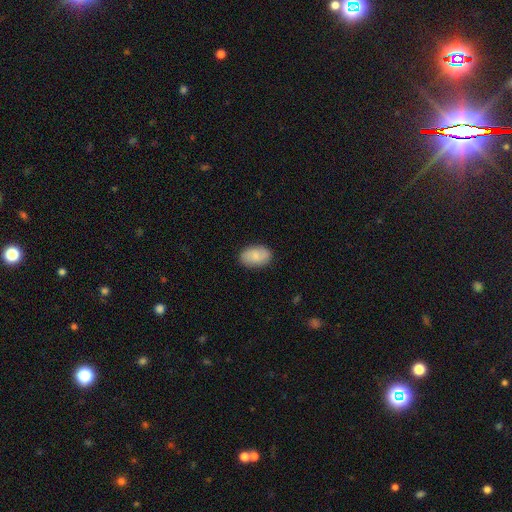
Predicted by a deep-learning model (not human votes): This is clearly a smooth galaxy (80%). How rounded: clearly in between (91%). Merging: clearly none (86%).